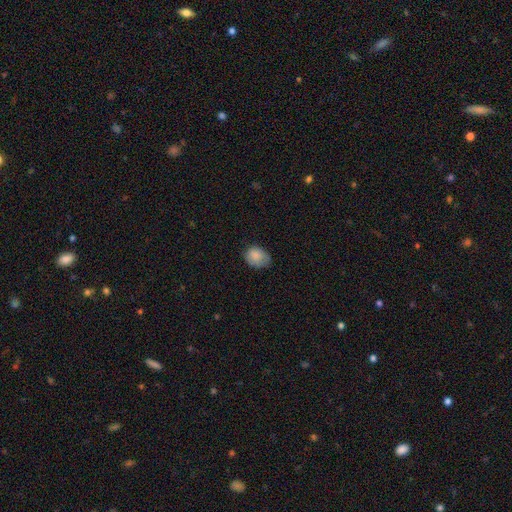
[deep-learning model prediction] smooth 84%, star or artifact 8%, featured or disk 8%. Down the decision tree: how rounded — in between (60%); merging — none (62%).